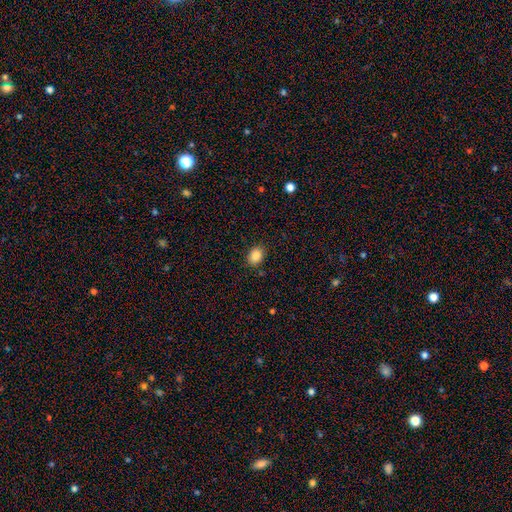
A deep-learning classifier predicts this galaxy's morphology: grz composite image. It shows a smooth galaxy with no disk features (86%) that is in between round and cigar-shaped (71%). Merging: none (86%).